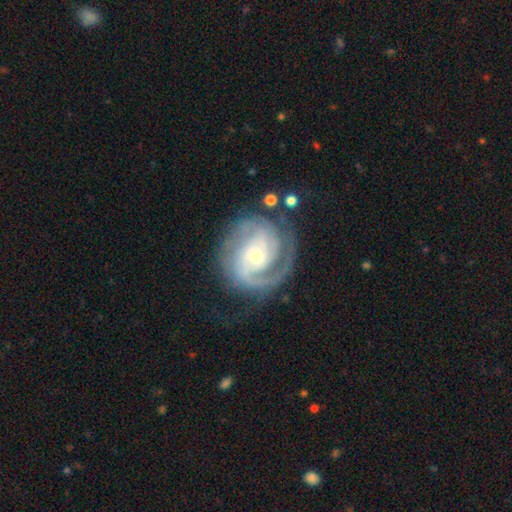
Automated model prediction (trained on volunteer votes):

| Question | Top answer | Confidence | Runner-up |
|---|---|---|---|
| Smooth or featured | featured or disk | 90% | smooth (6%) |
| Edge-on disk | no | 98% | yes (2%) |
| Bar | no | 60% | weak (30%) |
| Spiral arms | yes | 98% | no (2%) |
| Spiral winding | tight | 64% | medium (30%) |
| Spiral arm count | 2 | 47% | 3 (22%) |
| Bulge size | small | 54% | moderate (41%) |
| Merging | none | 72% | minor disturbance (16%) |